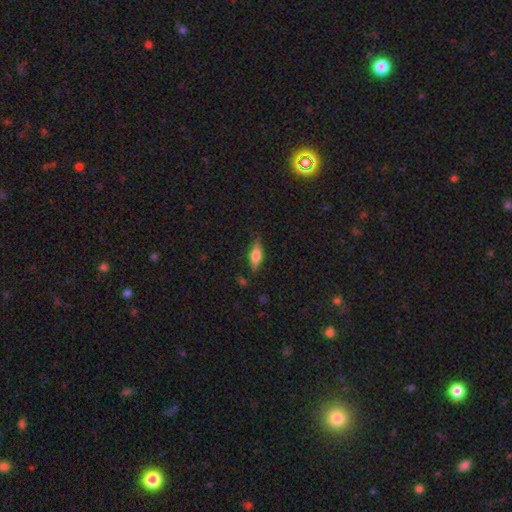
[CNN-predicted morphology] A smooth galaxy with no disk features (69%) that is in between round and cigar-shaped (61%). Merging: none (78%).